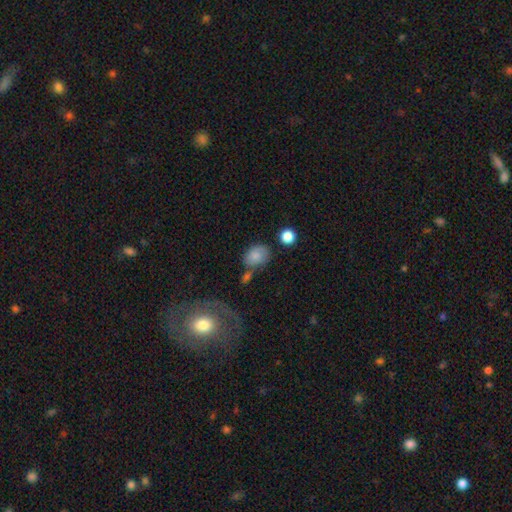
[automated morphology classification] type=smooth (81%); roundness=in between (62%); merging=none (52%).